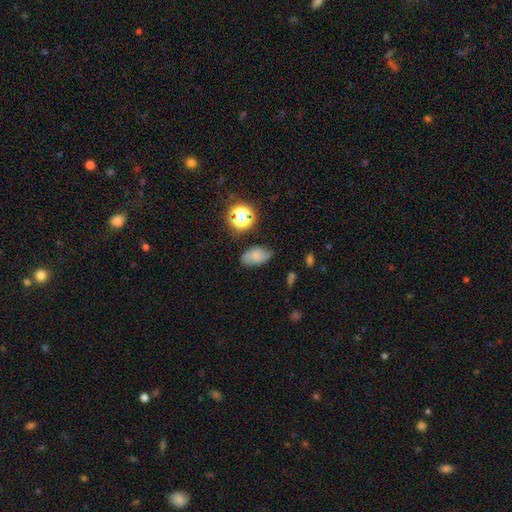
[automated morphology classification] This appears to be a smooth galaxy with no disk features (66%) that is in between round and cigar-shaped (87%). Merging: none (68%).